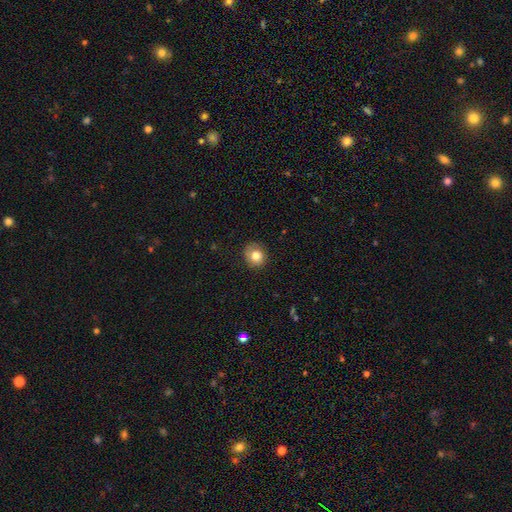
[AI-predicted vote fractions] Morphology: type=smooth (77%); roundness=round (77%); merging=none (77%).